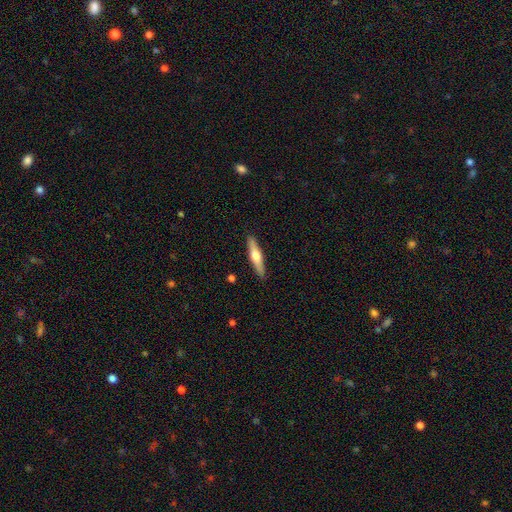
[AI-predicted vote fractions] Morphology: type=smooth (47%, tied with featured or disk); merging=none (90%).